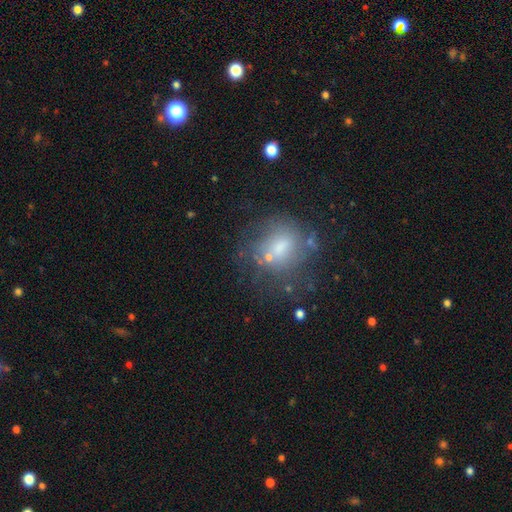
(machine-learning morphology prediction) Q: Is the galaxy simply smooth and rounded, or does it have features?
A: smooth — 44%.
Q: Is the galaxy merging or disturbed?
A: none — 59%.